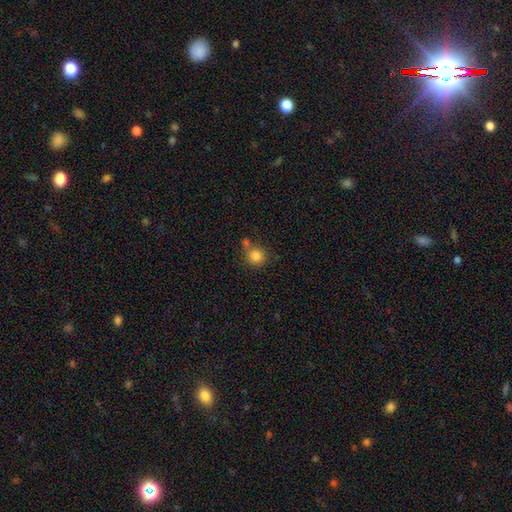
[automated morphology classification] type=smooth (83%); roundness=round (91%); merging=none (63%).